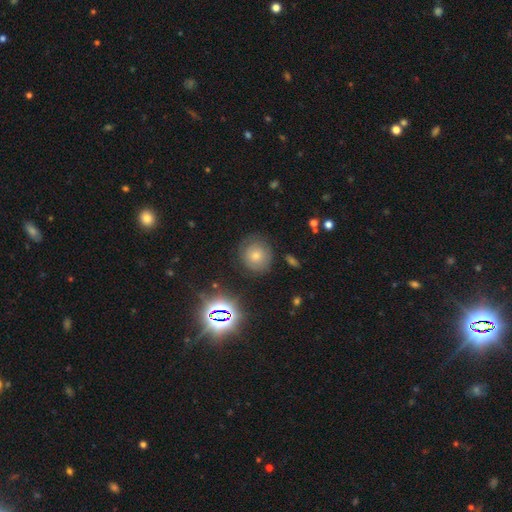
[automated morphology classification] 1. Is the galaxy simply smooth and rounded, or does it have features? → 56% smooth, 26% star or artifact, 19% featured or disk.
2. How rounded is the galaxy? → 88% round, 11% in between, 1% cigar-shaped.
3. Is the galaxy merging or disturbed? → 83% none, 12% minor disturbance, 4% major disturbance, 2% merger.